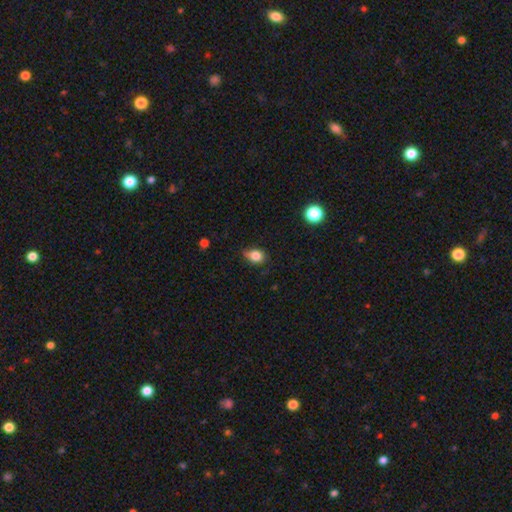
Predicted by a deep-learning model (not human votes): This is clearly a smooth galaxy (81%). How rounded: possibly in between (51%). Merging: possibly none (55%).